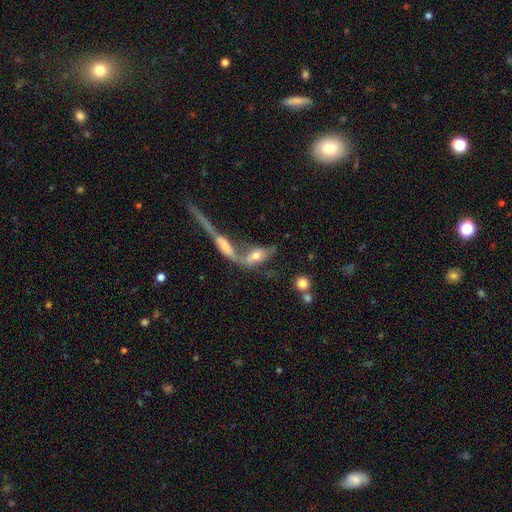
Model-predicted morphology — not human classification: type=smooth (49%); merging=merger (60%).